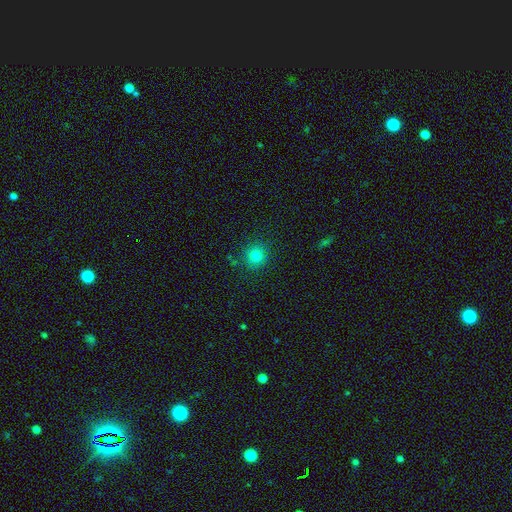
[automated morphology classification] smooth 81%, star or artifact 14%, featured or disk 6%. Down the decision tree: how rounded — round (90%); merging — none (86%).